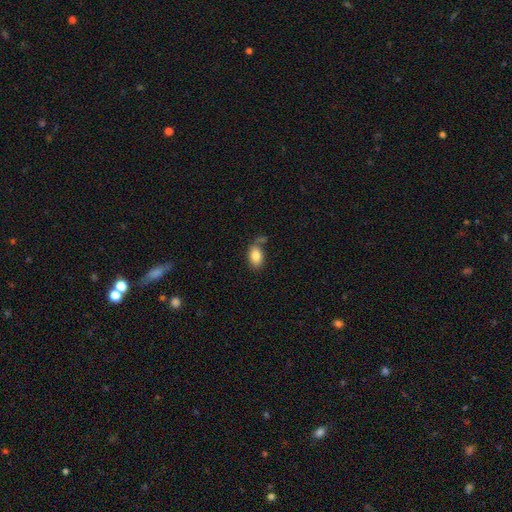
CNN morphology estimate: smooth-or-featured: smooth: 83% | featured or disk: 10% | star or artifact: 7%
  how-rounded: in between: 88% | round: 10% | cigar-shaped: 2%
  merging: none: 58% | minor disturbance: 19% | merger: 13% | major disturbance: 9%